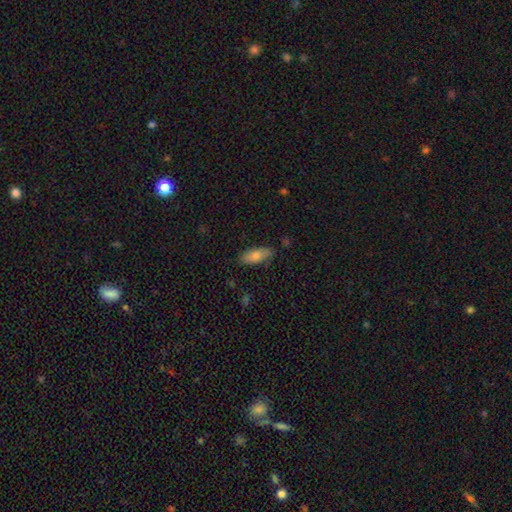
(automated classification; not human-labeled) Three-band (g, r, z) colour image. It shows a smooth galaxy with no disk features (74%) that is in between round and cigar-shaped (74%). Merging: none (82%).